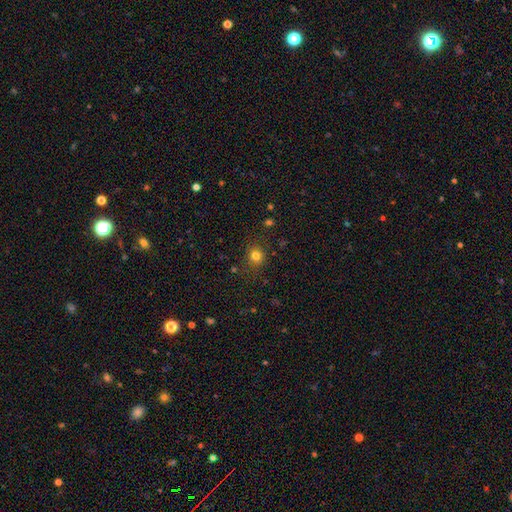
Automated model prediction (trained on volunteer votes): smooth-or-featured: smooth: 79% | star or artifact: 15% | featured or disk: 6%
  how-rounded: round: 82% | in between: 17% | cigar-shaped: 1%
  merging: none: 83% | minor disturbance: 11% | major disturbance: 4% | merger: 2%